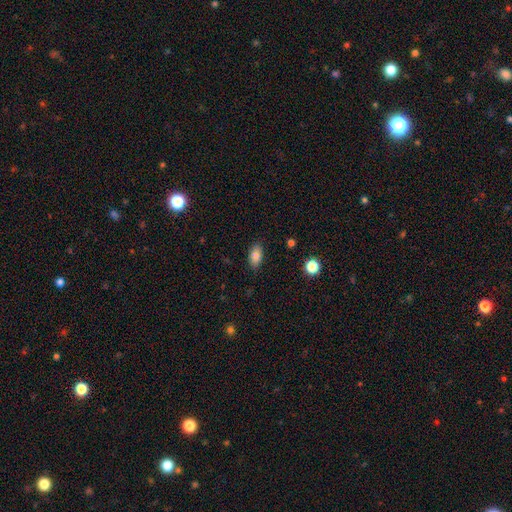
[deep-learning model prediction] A smooth galaxy with no disk features (79%) that is in between round and cigar-shaped (89%). Merging: none (86%).